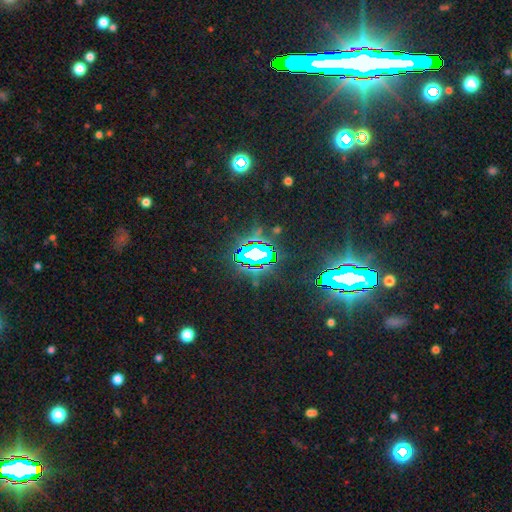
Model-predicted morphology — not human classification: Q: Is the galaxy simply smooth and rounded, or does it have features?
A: star or artifact — 77%.